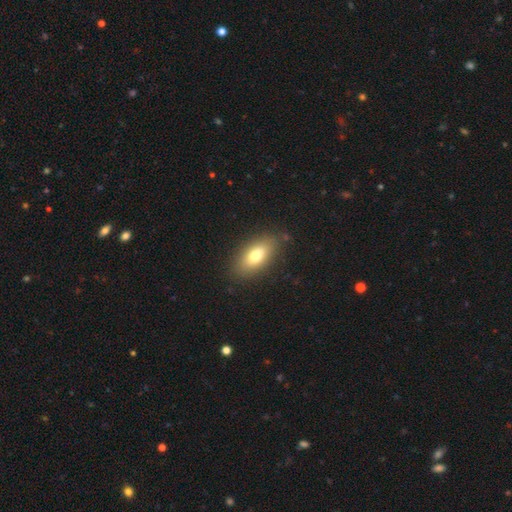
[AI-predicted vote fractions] Smooth or featured? Predicted: smooth (p=0.75). How rounded? Predicted: in between (p=0.87). Merging? Predicted: none (p=0.84).